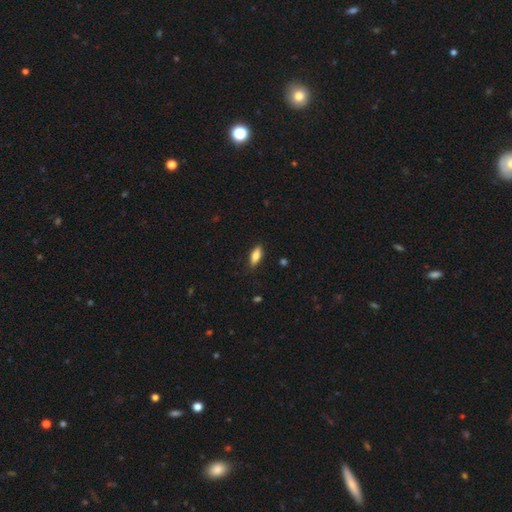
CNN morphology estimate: A smooth galaxy with no disk features (79%) that is in between round and cigar-shaped (71%).

Vote fractions:
- Smooth or featured? smooth: 79% / featured or disk: 14% / star or artifact: 7%
- How rounded? in between: 71% / cigar-shaped: 27% / round: 2%
- Merging? none: 83% / minor disturbance: 13% / major disturbance: 3% / merger: 1%